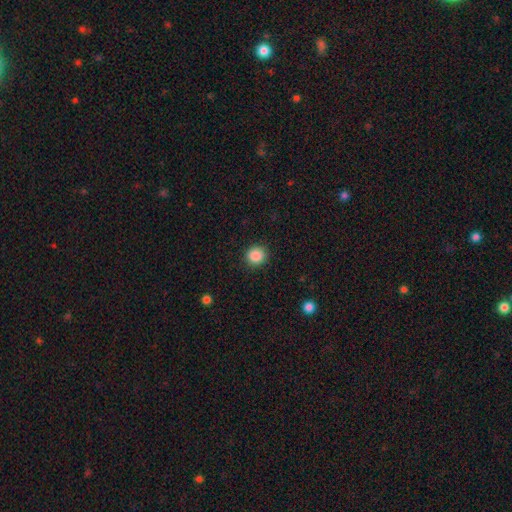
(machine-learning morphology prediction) Smooth or featured? Predicted: smooth (p=0.88). How rounded? Predicted: round (p=0.89). Merging? Predicted: none (p=0.90).